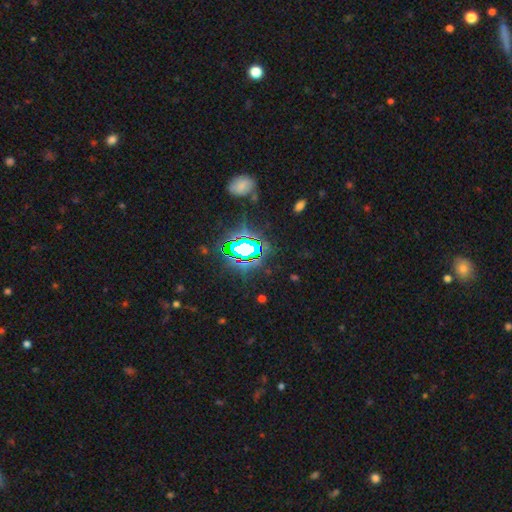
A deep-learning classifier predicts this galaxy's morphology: type=star or artifact (76%).